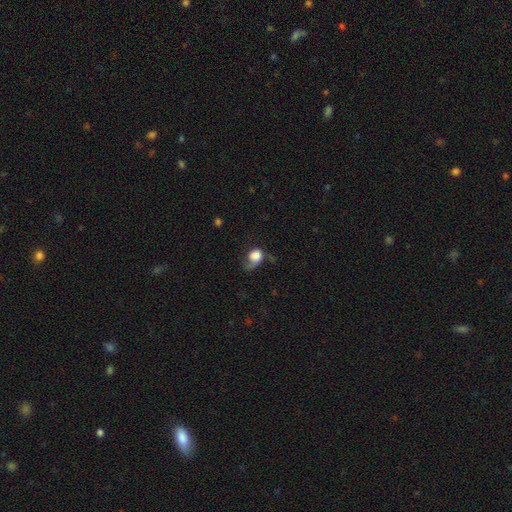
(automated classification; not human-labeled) A smooth galaxy with no disk features (64%) that is round (51%).

Vote fractions:
- Smooth or featured? smooth: 64% / featured or disk: 26% / star or artifact: 9%
- How rounded? round: 51% / in between: 48% / cigar-shaped: 1%
- Merging? major disturbance: 46% / minor disturbance: 26% / none: 24% / merger: 4%